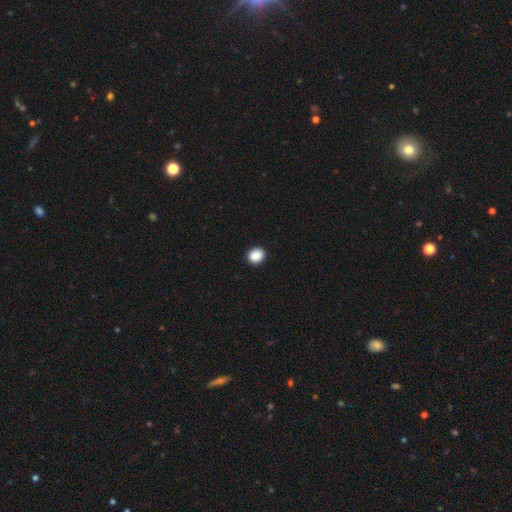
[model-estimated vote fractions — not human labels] The model was most divided on "how rounded": round: 74%, in between: 25%, cigar-shaped: 1%. More confident: merging — none (92%); smooth or featured — smooth (89%).